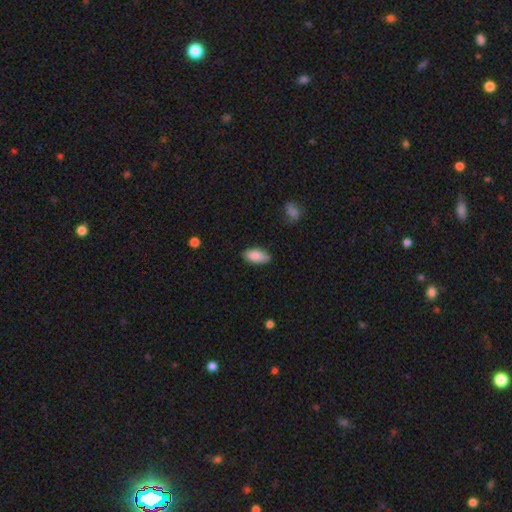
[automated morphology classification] Smooth or featured? smooth (86%)
How rounded? in between (90%)
Merging? none (75%)